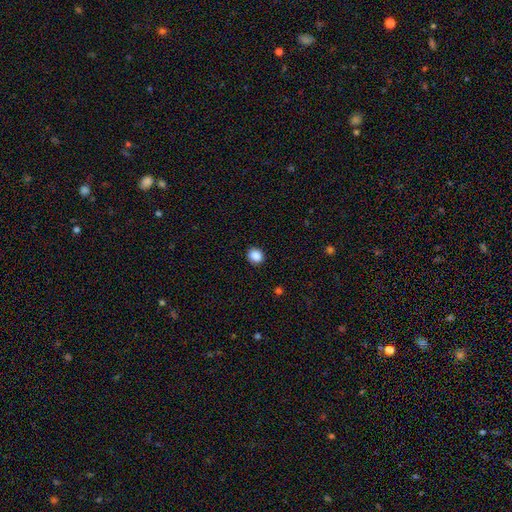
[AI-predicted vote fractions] Morphology: type=smooth (88%); roundness=round (79%); merging=none (91%).